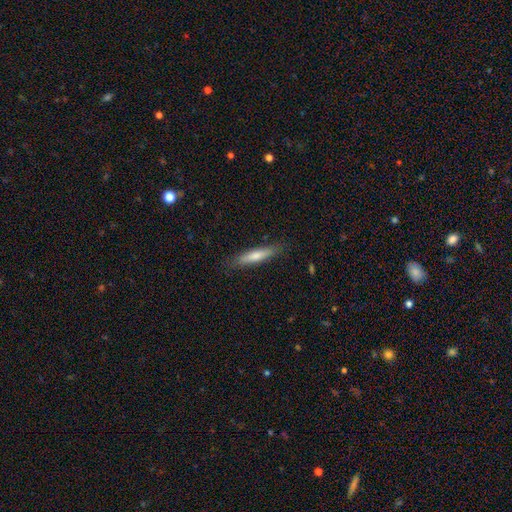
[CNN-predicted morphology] type=smooth (57%); roundness=cigar-shaped (90%); merging=none (88%).